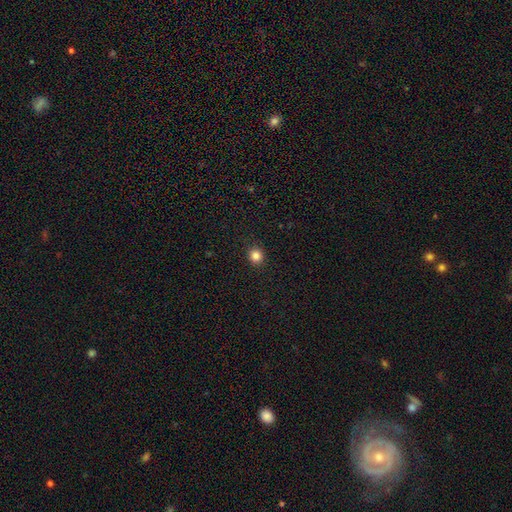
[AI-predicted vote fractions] Smooth or featured?
  - smooth: 84% *
  - star or artifact: 12%
  - featured or disk: 4%
How rounded?
  - round: 89% *
  - in between: 10%
  - cigar-shaped: 1%
Merging?
  - none: 92% *
  - minor disturbance: 6%
  - major disturbance: 2%
  - merger: 1%